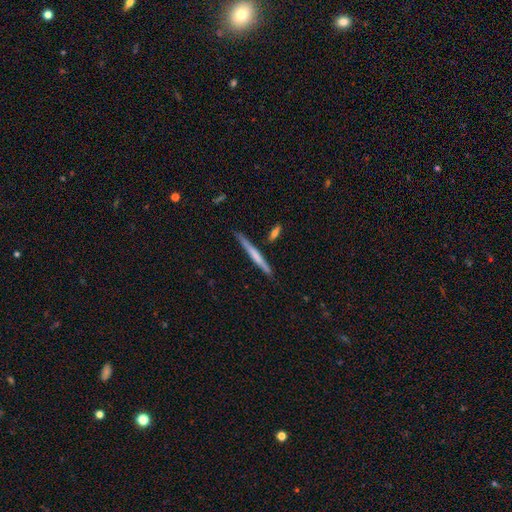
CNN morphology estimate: smooth 48%, featured or disk 46%, star or artifact 5%. Down the decision tree: merging — none (80%).